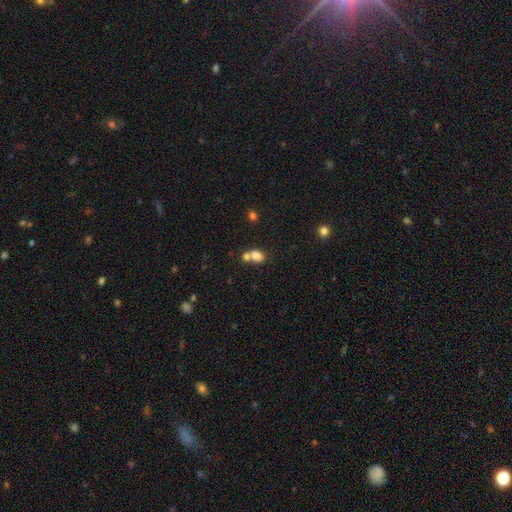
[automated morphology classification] Smooth or featured: smooth — 79% (star or artifact — 11%)
How rounded: in between — 62% (round — 37%)
Merging: merger — 50% (none — 37%)